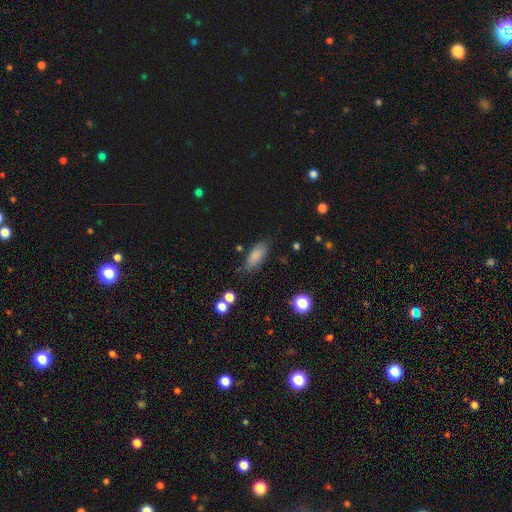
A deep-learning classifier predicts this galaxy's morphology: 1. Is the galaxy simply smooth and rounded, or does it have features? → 82% smooth, 9% featured or disk, 9% star or artifact.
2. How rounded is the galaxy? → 78% in between, 19% cigar-shaped, 3% round.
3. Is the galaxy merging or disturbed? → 78% none, 15% minor disturbance, 4% major disturbance, 3% merger.